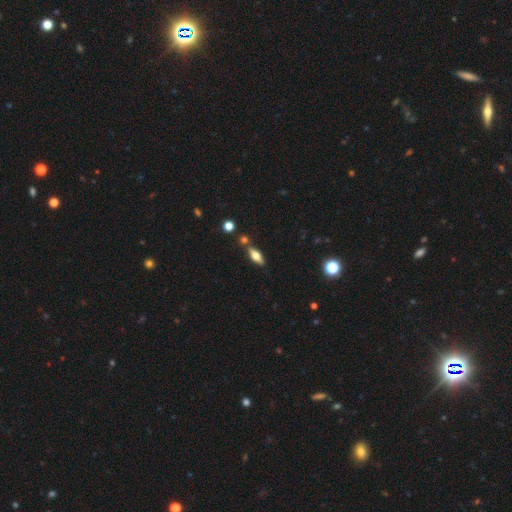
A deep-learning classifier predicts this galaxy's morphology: A smooth galaxy with no disk features (59%) that is in between round and cigar-shaped (67%). Merging: none (74%).